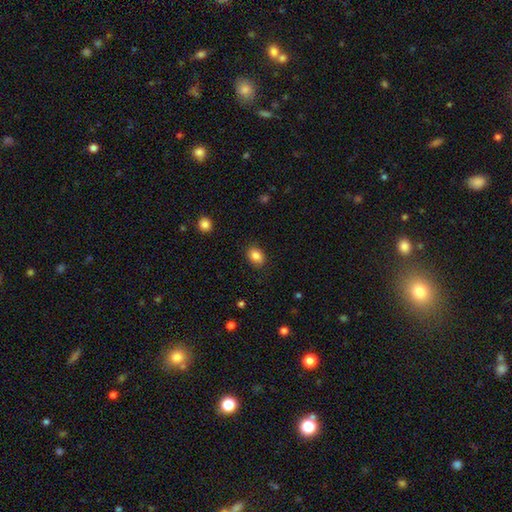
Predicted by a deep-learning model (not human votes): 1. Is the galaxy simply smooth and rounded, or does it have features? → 86% smooth, 9% star or artifact, 6% featured or disk.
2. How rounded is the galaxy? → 74% in between, 25% round, 1% cigar-shaped.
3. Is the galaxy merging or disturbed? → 87% none, 10% minor disturbance, 3% major disturbance, 1% merger.